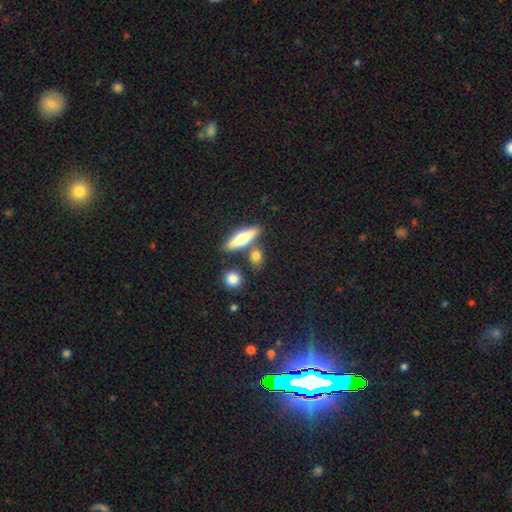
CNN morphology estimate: Smooth or featured?
  - smooth: 65% *
  - featured or disk: 26%
  - star or artifact: 9%
How rounded?
  - in between: 40% *
  - cigar-shaped: 33%
  - round: 26%
Merging?
  - none: 73% *
  - merger: 14%
  - minor disturbance: 10%
  - major disturbance: 3%